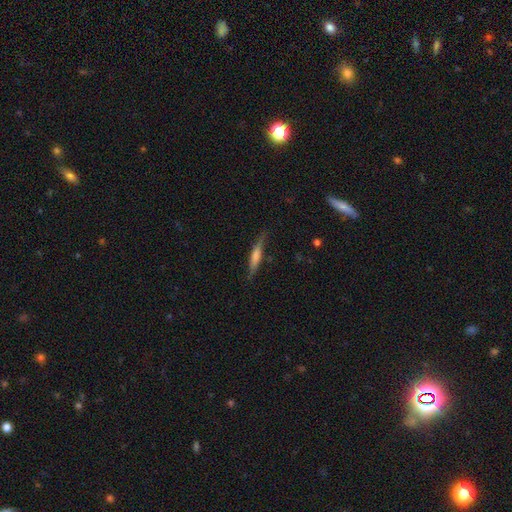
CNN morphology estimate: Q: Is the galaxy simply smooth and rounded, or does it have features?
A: featured or disk — 53%.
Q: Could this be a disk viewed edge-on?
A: yes — 92%.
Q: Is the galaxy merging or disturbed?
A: none — 77%.